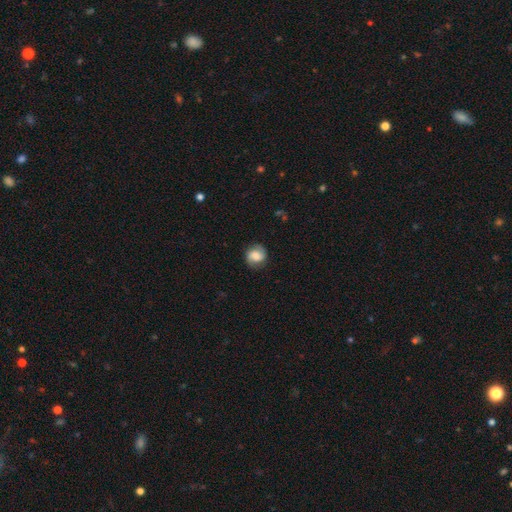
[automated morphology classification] Q: Smooth or featured?
A: featured or disk (46%); runner-up: smooth (45%)
Q: Merging?
A: none (80%); runner-up: minor disturbance (14%)